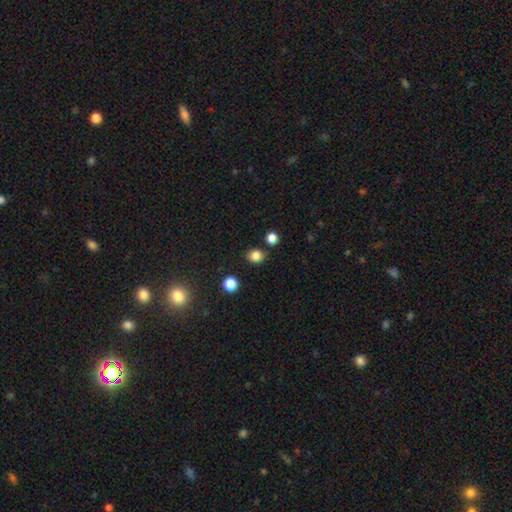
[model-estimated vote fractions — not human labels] This appears to be a smooth galaxy with no disk features (84%) that is round (71%). Merging: none (82%).